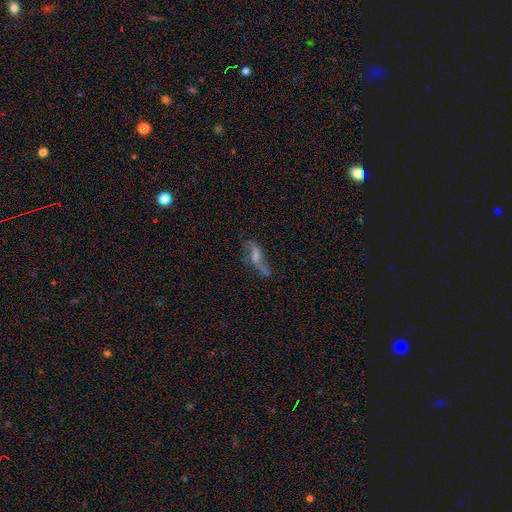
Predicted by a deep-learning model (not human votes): Overall: featured or disk (67%). Edge-on disk: no (87%). Bar: weak (43%; no 37%). Spiral arms: yes (84%). Bulge size: moderate (32%; small 31%). Merging: none (50%; major disturbance 22%).